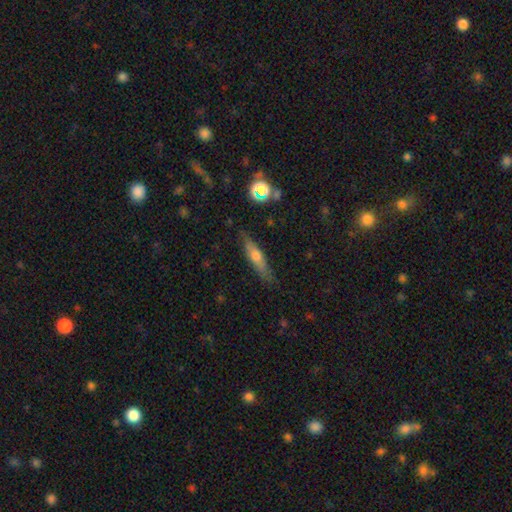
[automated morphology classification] Q: Smooth or featured?
A: smooth (47%); runner-up: featured or disk (44%)
Q: Merging?
A: none (82%); runner-up: minor disturbance (13%)